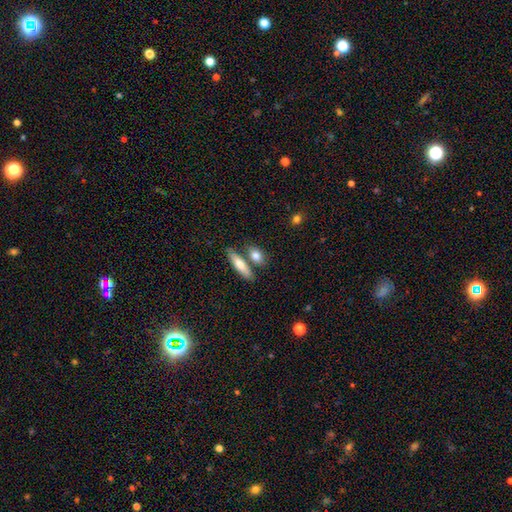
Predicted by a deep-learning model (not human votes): This appears to be a smooth galaxy with no disk features (76%) that is in between round and cigar-shaped (61%). Merging: none (60%).